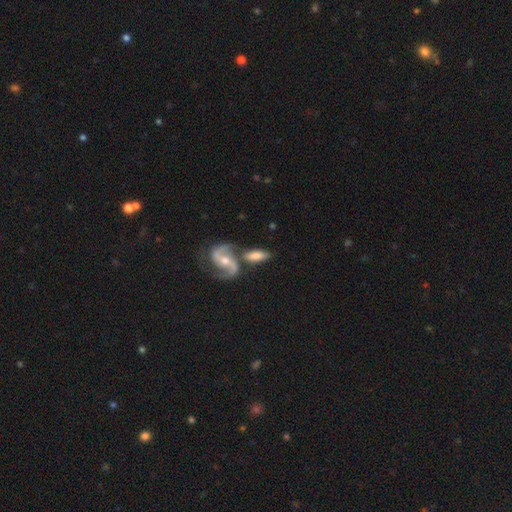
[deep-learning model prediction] This is possibly a featured or disk galaxy (49%). Merging: possibly none (51%).